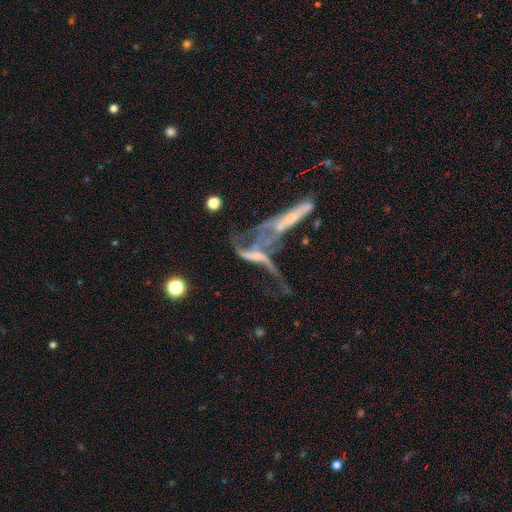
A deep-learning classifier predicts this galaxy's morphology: This appears to be a featured or disk galaxy (67%) with no bar (69%), no spiral arms (51%) and no central bulge (42%). Merging: merger (64%).